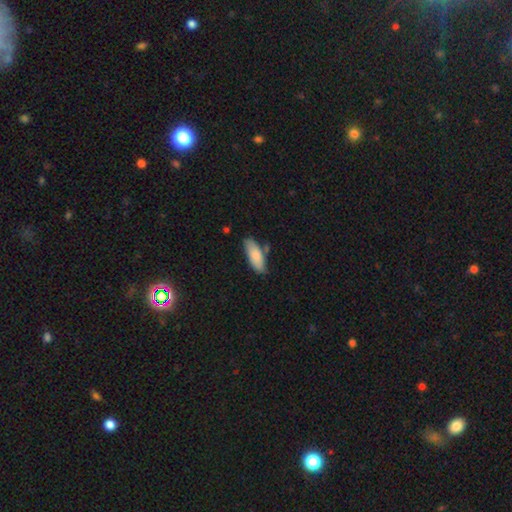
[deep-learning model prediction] This is clearly a smooth galaxy (84%). How rounded: likely in between (72%). Merging: likely none (72%).